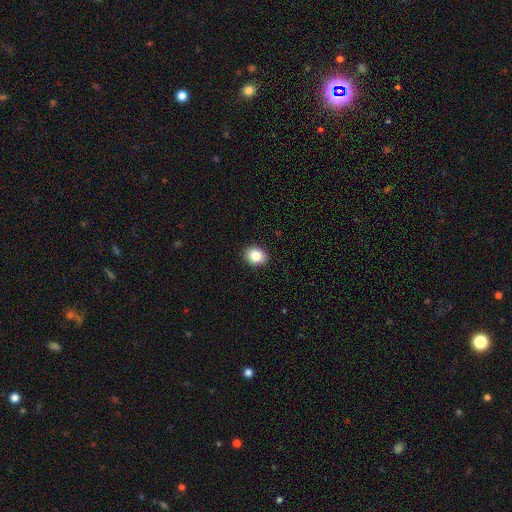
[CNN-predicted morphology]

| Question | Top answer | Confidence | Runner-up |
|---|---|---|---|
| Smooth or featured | smooth | 85% | star or artifact (9%) |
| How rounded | round | 59% | in between (40%) |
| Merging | none | 92% | minor disturbance (6%) |